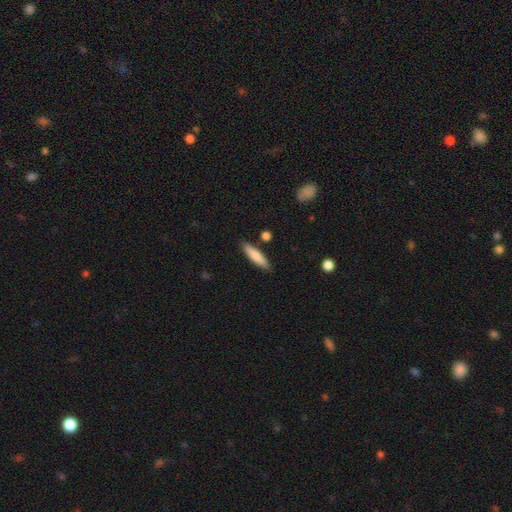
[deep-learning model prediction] Smooth or featured? smooth (80%)
How rounded? cigar-shaped (81%)
Merging? none (86%)